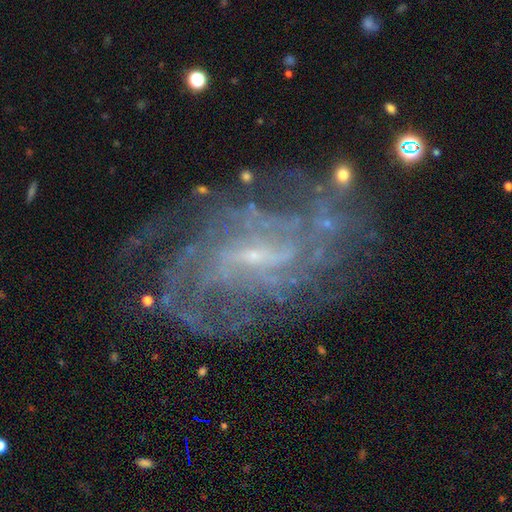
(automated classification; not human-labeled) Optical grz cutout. It shows a featured or disk galaxy (82%) with a weak bar (52%), tight (65%) spiral arms (95%) and a small central bulge (69%). Merging: none (78%).